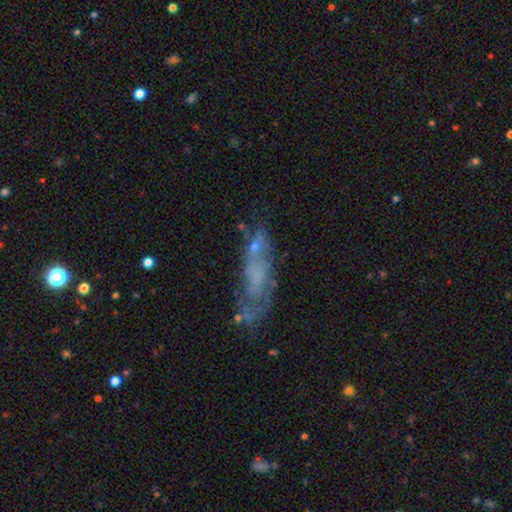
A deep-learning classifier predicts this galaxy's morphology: Smooth or featured? featured or disk (55%)
Edge-on disk? no (82%)
Merging? none (45%)